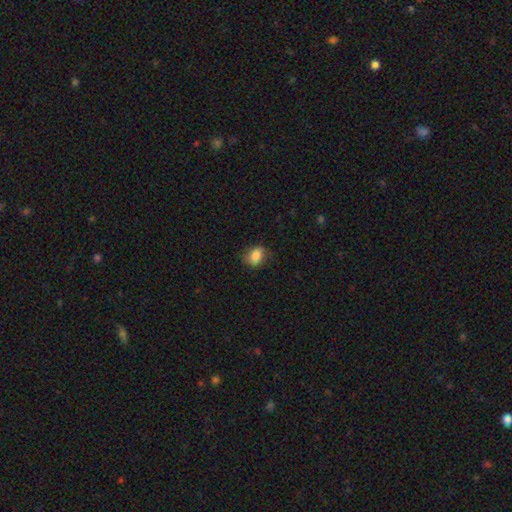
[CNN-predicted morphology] Q: Smooth or featured?
A: smooth (82%); runner-up: featured or disk (10%)
Q: How rounded?
A: in between (66%); runner-up: round (32%)
Q: Merging?
A: none (73%); runner-up: minor disturbance (20%)